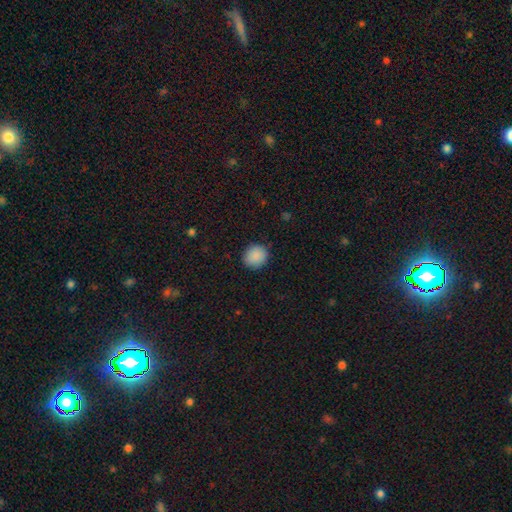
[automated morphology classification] Smooth or featured?
  - smooth: 89% *
  - star or artifact: 8%
  - featured or disk: 3%
How rounded?
  - round: 85% *
  - in between: 14%
  - cigar-shaped: 1%
Merging?
  - none: 89% *
  - minor disturbance: 8%
  - major disturbance: 2%
  - merger: 1%